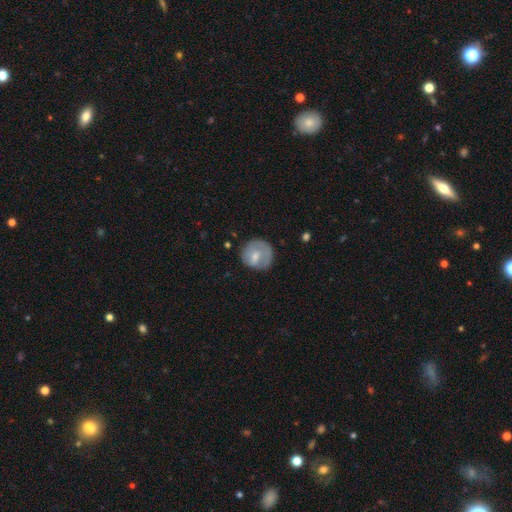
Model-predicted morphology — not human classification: smooth-or-featured: smooth: 63% | featured or disk: 30% | star or artifact: 7%
  how-rounded: round: 88% | in between: 11% | cigar-shaped: 1%
  merging: none: 66% | minor disturbance: 22% | major disturbance: 11% | merger: 2%